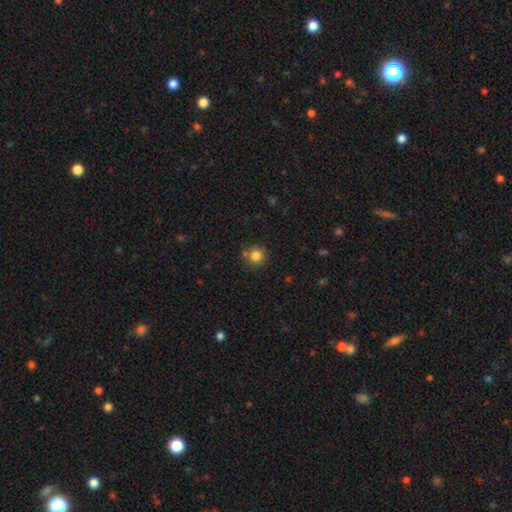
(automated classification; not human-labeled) smooth 82%, star or artifact 12%, featured or disk 6%. Down the decision tree: how rounded — round (94%); merging — none (79%).